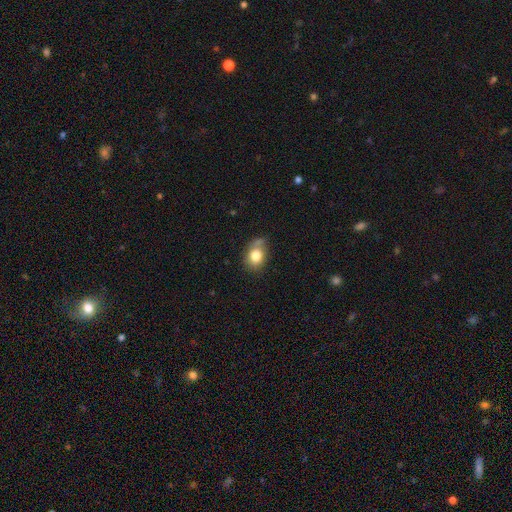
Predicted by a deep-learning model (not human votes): Smooth or featured: smooth — 80% (featured or disk — 11%)
How rounded: in between — 51% (round — 47%)
Merging: none — 54% (minor disturbance — 29%)